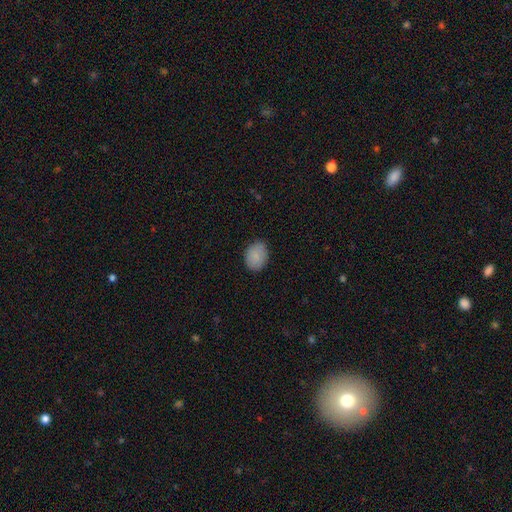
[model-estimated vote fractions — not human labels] A smooth galaxy with no disk features (86%) that is in between round and cigar-shaped (62%).

Vote fractions:
- Smooth or featured? smooth: 86% / star or artifact: 7% / featured or disk: 7%
- How rounded? in between: 62% / round: 37% / cigar-shaped: 1%
- Merging? none: 81% / minor disturbance: 16% / major disturbance: 3% / merger: 1%